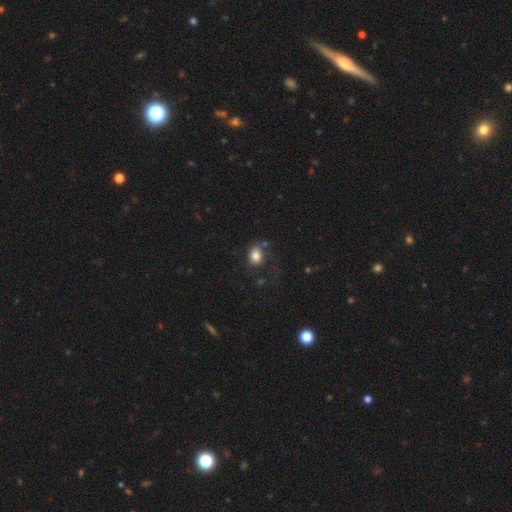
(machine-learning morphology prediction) Smooth or featured: smooth — 83% (star or artifact — 10%)
How rounded: in between — 57% (round — 42%)
Merging: none — 68% (minor disturbance — 18%)